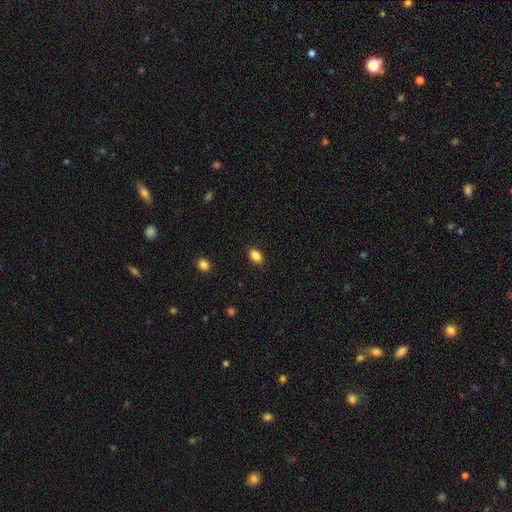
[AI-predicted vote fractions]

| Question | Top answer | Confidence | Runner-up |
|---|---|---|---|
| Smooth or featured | smooth | 86% | star or artifact (9%) |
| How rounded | in between | 86% | round (13%) |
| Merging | none | 88% | minor disturbance (9%) |